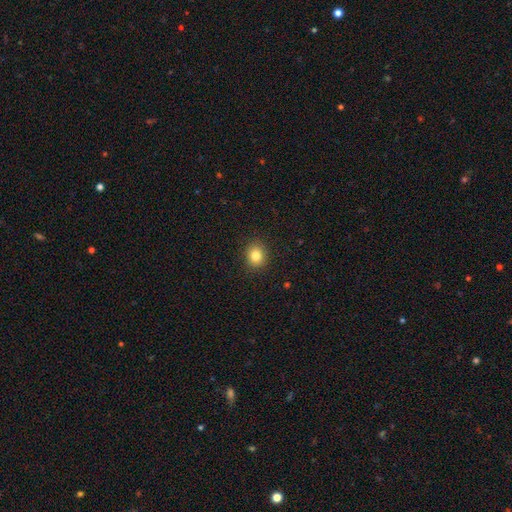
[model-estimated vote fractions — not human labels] Smooth or featured?
  - smooth: 83% *
  - star or artifact: 11%
  - featured or disk: 6%
How rounded?
  - round: 73% *
  - in between: 26%
  - cigar-shaped: 1%
Merging?
  - none: 90% *
  - minor disturbance: 7%
  - major disturbance: 2%
  - merger: 1%